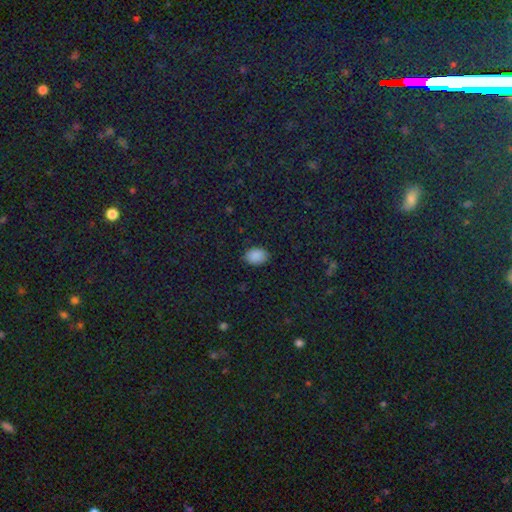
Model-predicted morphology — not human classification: This appears to be a smooth galaxy with no disk features (86%) that is in between round and cigar-shaped (79%). Merging: none (86%).